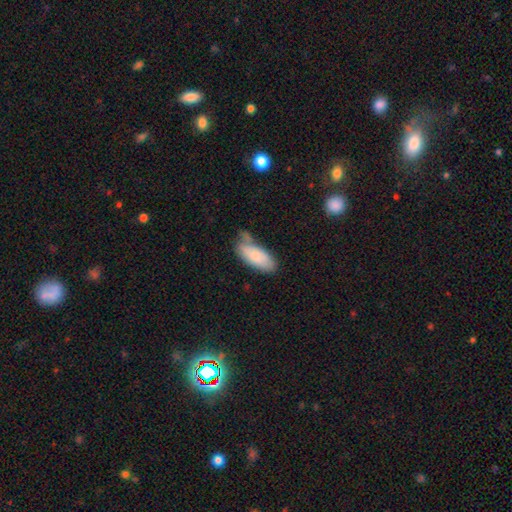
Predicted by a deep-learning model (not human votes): Overall: smooth (77%). How rounded: in between (86%). Merging: none (50%; minor disturbance 30%).